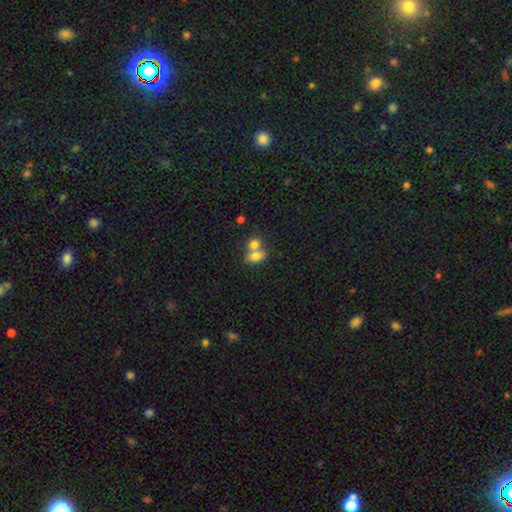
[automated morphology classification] Smooth or featured? smooth (78%)
How rounded? in between (74%)
Merging? merger (59%)